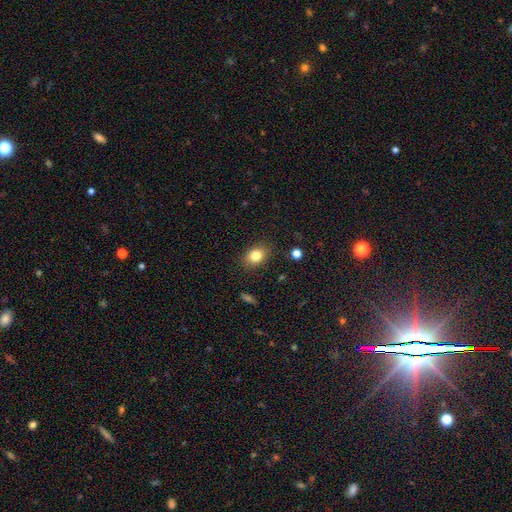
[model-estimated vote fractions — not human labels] A smooth galaxy with no disk features (82%) that is in between round and cigar-shaped (69%).

Vote fractions:
- Smooth or featured? smooth: 82% / star or artifact: 10% / featured or disk: 8%
- How rounded? in between: 69% / round: 30% / cigar-shaped: 1%
- Merging? none: 85% / minor disturbance: 11% / major disturbance: 3% / merger: 1%